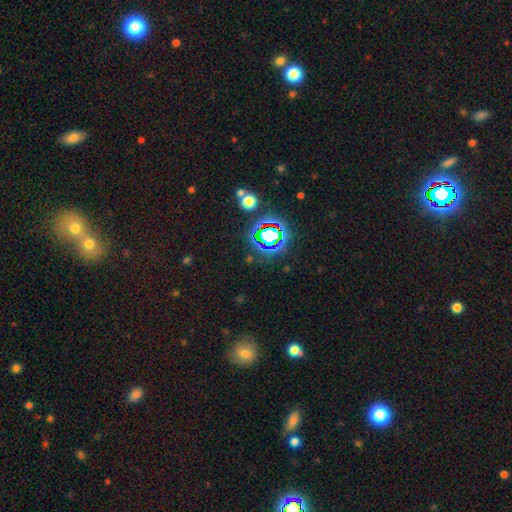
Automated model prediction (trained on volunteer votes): Smooth or featured? star or artifact (71%)